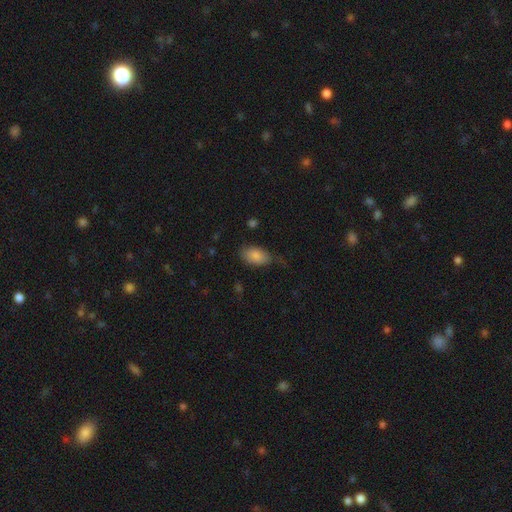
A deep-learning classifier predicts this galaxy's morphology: A smooth galaxy with no disk features (84%) that is in between round and cigar-shaped (93%).

Vote fractions:
- Smooth or featured? smooth: 84% / featured or disk: 9% / star or artifact: 7%
- How rounded? in between: 93% / round: 6% / cigar-shaped: 2%
- Merging? none: 60% / minor disturbance: 29% / major disturbance: 9% / merger: 2%